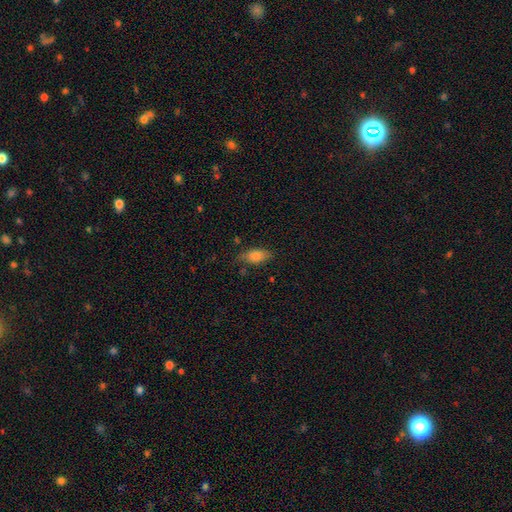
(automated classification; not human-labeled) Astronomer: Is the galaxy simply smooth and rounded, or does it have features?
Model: smooth — 78%.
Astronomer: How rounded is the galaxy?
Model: in between — 82%.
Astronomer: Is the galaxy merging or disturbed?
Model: none — 69%.